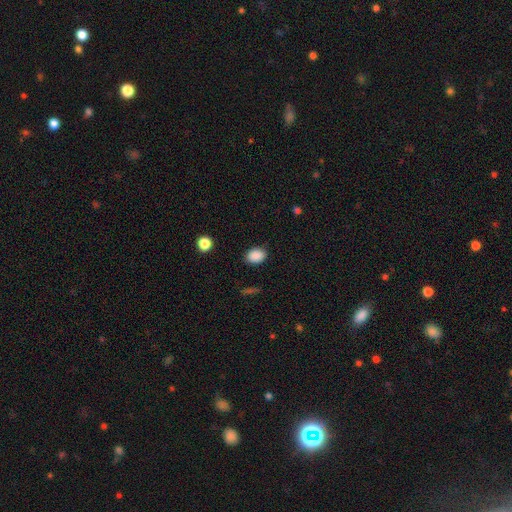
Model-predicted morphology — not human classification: type=smooth (88%); roundness=in between (74%); merging=none (86%).